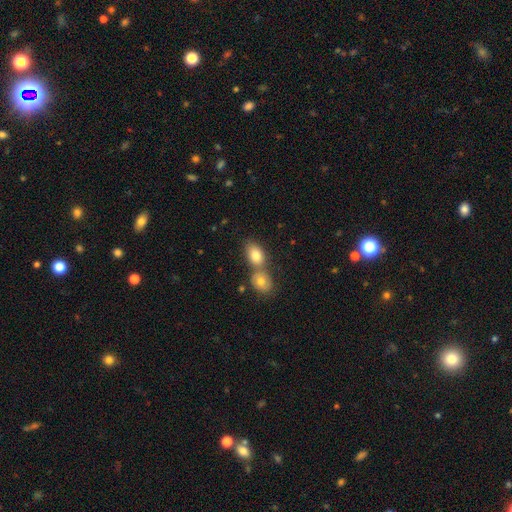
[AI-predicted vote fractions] Morphology: type=smooth (80%); roundness=in between (83%); merging=merger (48%).